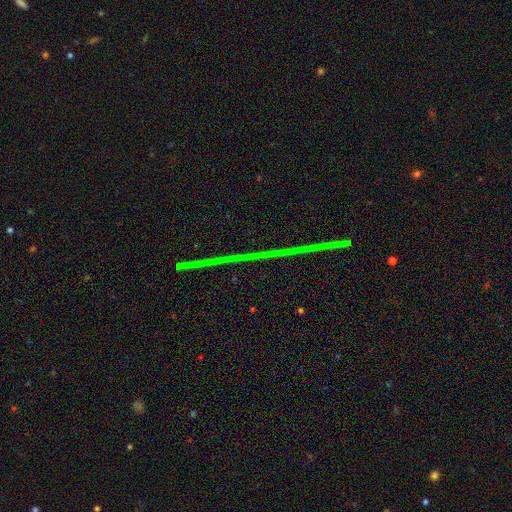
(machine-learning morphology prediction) star or artifact 79%, featured or disk 13%, smooth 8%.